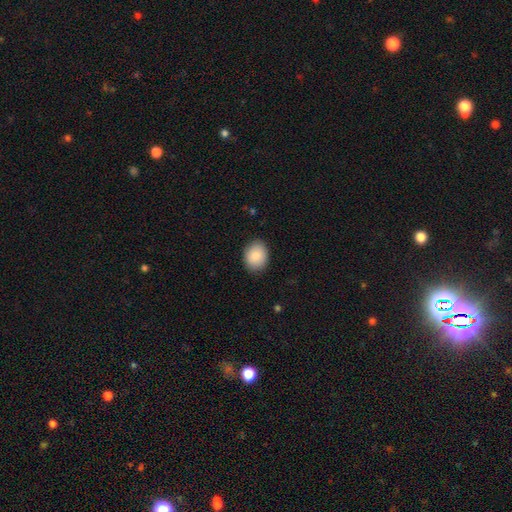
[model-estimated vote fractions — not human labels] Morphology: type=smooth (86%); roundness=in between (55%); merging=none (86%).